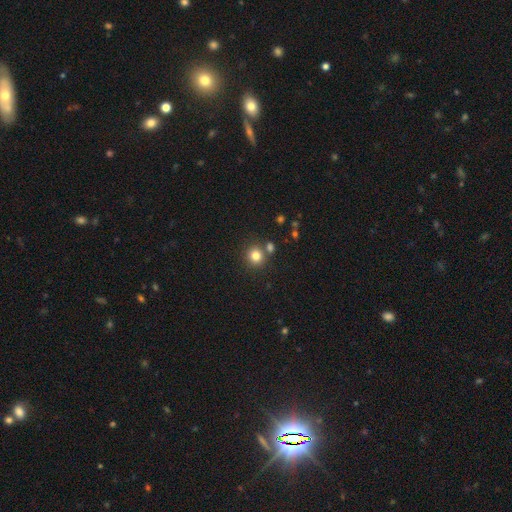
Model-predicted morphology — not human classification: The model was most divided on "merging": none: 77%, merger: 13%, minor disturbance: 8%, major disturbance: 3%. More confident: how rounded — round (91%); smooth or featured — smooth (81%).